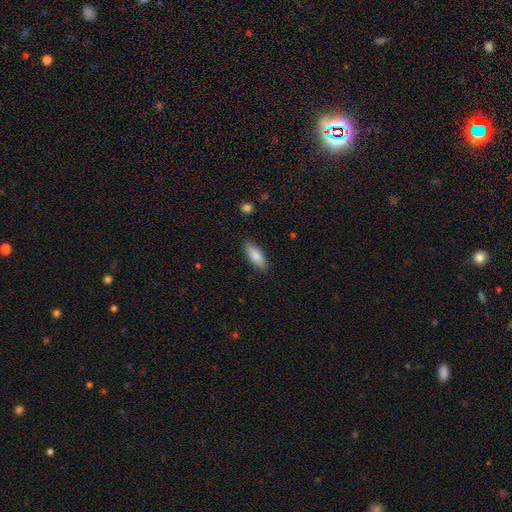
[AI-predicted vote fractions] smooth 85%, featured or disk 9%, star or artifact 6%. Down the decision tree: how rounded — in between (66%); merging — none (87%).